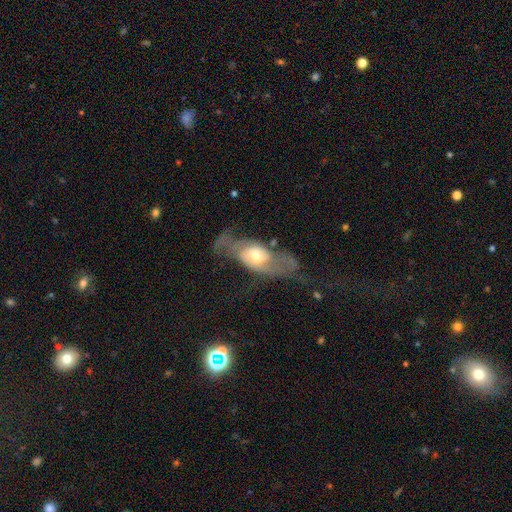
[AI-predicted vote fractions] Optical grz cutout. It shows a featured or disk galaxy (65%) with no bar (67%), spiral arms (67%) and a moderate central bulge (60%). Merging: major disturbance (42%).